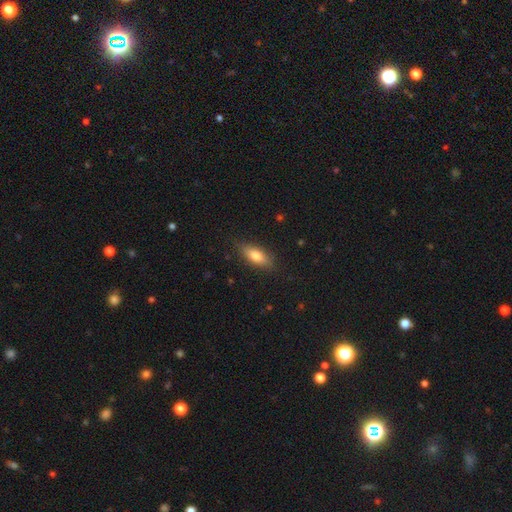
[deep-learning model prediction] Smooth or featured?
  - smooth: 71% *
  - featured or disk: 22%
  - star or artifact: 7%
How rounded?
  - in between: 68% *
  - cigar-shaped: 29%
  - round: 3%
Merging?
  - none: 84% *
  - minor disturbance: 12%
  - major disturbance: 3%
  - merger: 1%